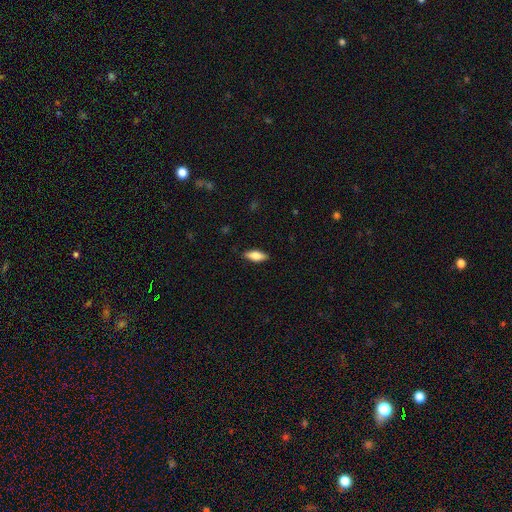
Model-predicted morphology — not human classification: This appears to be a smooth galaxy with no disk features (74%) that is in between round and cigar-shaped (73%). Merging: none (88%).